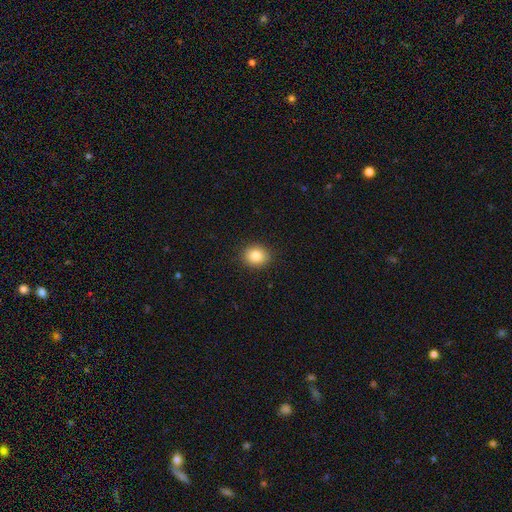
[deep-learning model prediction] Overall: smooth (84%). How rounded: round (65%; in between 34%). Merging: none (90%).